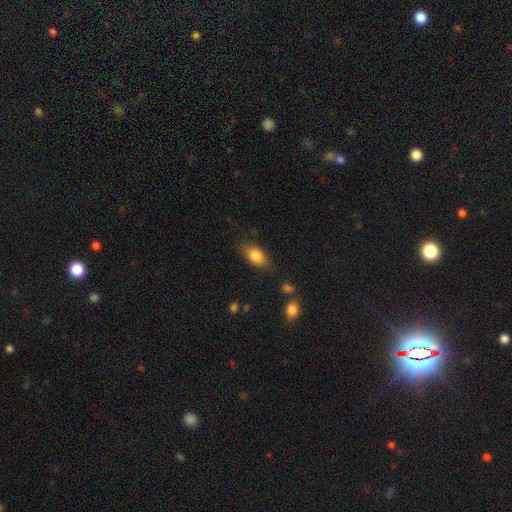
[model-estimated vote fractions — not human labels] Overall: smooth (80%). How rounded: in between (86%). Merging: none (79%).